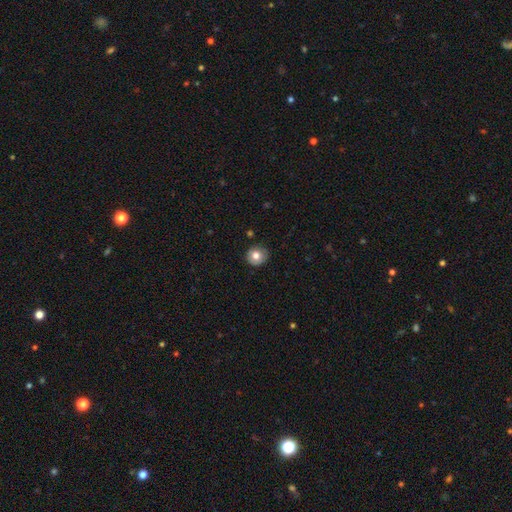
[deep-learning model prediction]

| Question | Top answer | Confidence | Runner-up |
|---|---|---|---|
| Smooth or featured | smooth | 74% | featured or disk (17%) |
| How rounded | round | 87% | in between (12%) |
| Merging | none | 85% | minor disturbance (12%) |